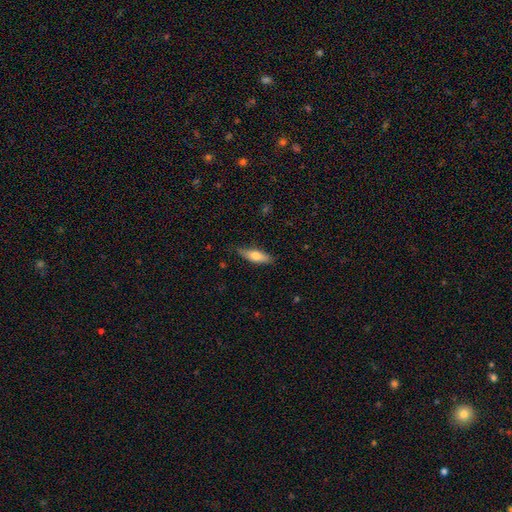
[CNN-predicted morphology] Smooth or featured? Predicted: smooth (p=0.65). How rounded? Predicted: cigar-shaped (p=0.50). Merging? Predicted: none (p=0.80).